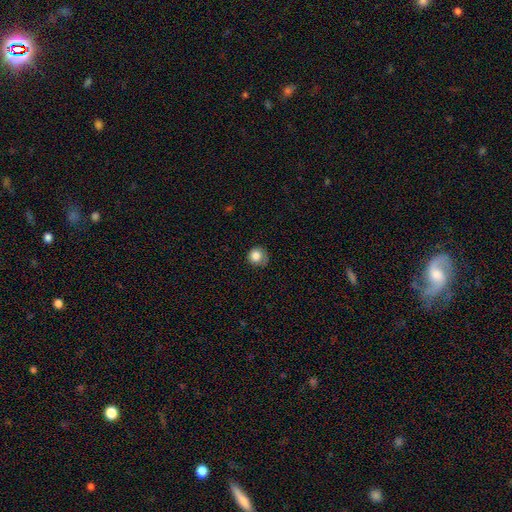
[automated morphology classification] smooth-or-featured: smooth: 83% | star or artifact: 10% | featured or disk: 7%
  how-rounded: round: 87% | in between: 12% | cigar-shaped: 1%
  merging: none: 63% | minor disturbance: 27% | major disturbance: 8% | merger: 2%